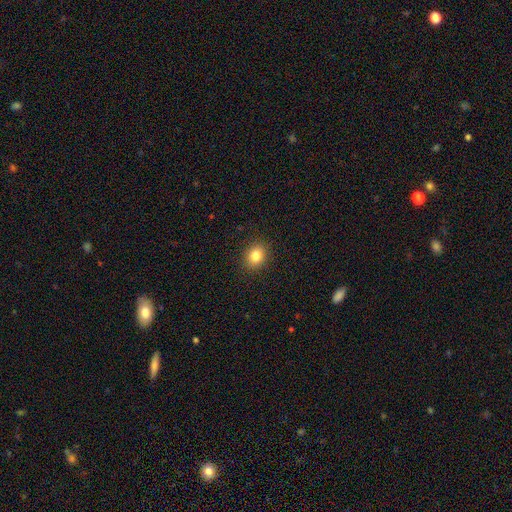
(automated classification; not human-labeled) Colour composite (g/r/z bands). It shows a smooth galaxy with no disk features (83%) that is round (60%). Merging: none (90%).